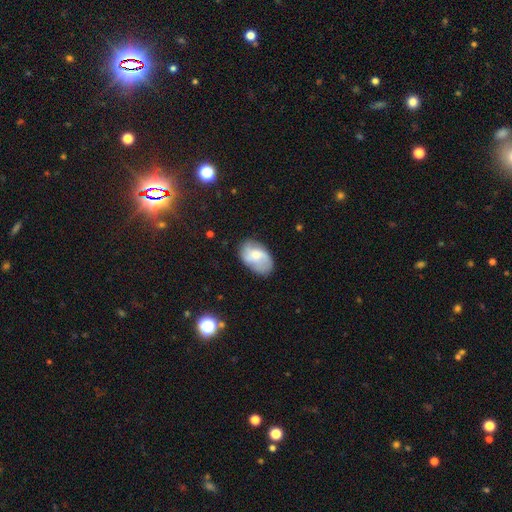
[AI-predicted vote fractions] smooth_or_featured: smooth (p=0.53) [alt: featured or disk p=0.39]
how_rounded: in between (p=0.88) [alt: round p=0.11]
merging: none (p=0.65) [alt: minor disturbance p=0.24]